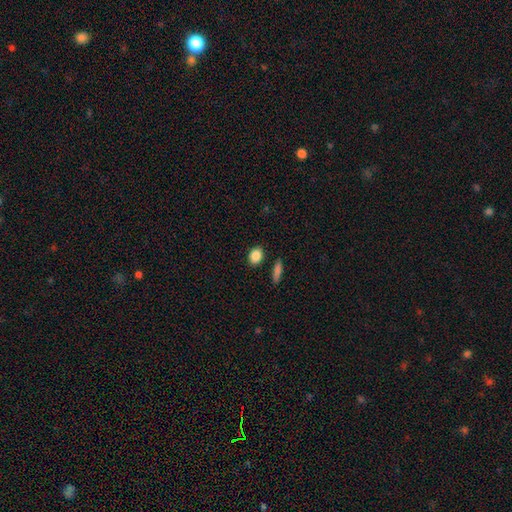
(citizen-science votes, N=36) A smooth galaxy with no disk features (94%) that is in between round and cigar-shaped (53%). Merging: none (92%).